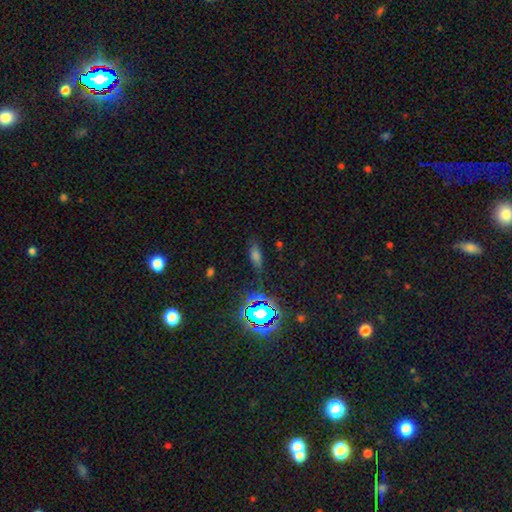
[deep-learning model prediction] Morphology: type=smooth (55%); roundness=in between (60%); merging=none (75%).